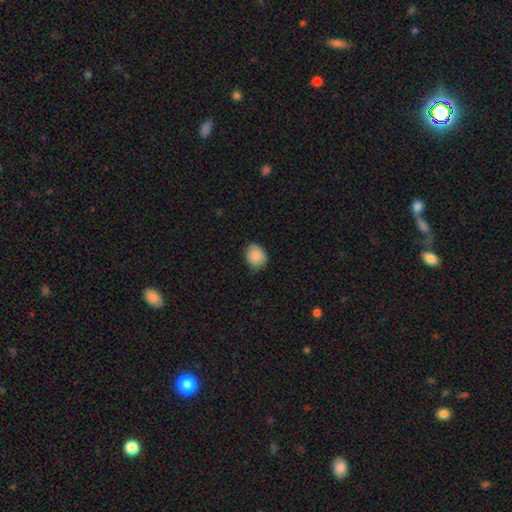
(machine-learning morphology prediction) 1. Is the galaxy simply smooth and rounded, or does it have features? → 87% smooth, 7% star or artifact, 6% featured or disk.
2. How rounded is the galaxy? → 54% in between, 46% round, 1% cigar-shaped.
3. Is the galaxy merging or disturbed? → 75% none, 21% minor disturbance, 3% major disturbance, 1% merger.